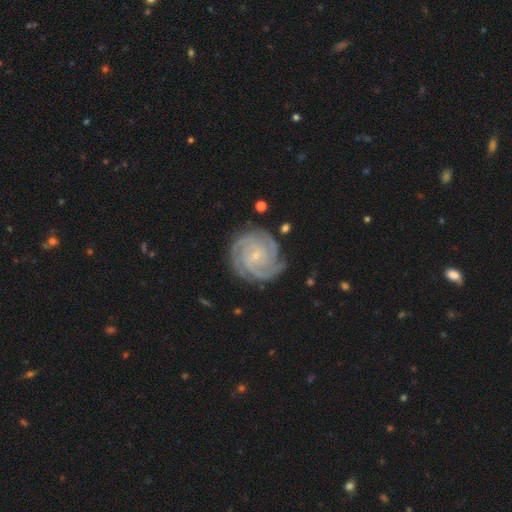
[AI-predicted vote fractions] This appears to be a featured or disk galaxy (92%) with no bar (67%), 4 (32%, tied with 3) tight (81%) spiral arms (99%) and a small central bulge (85%). Merging: none (82%).